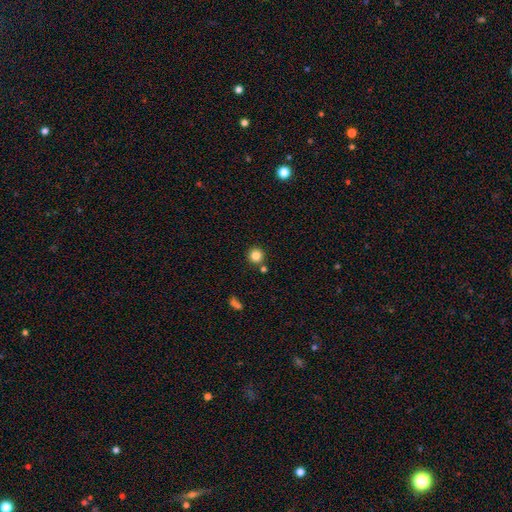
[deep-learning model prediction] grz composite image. It shows a smooth galaxy with no disk features (83%) that is round (95%). Merging: none (83%).